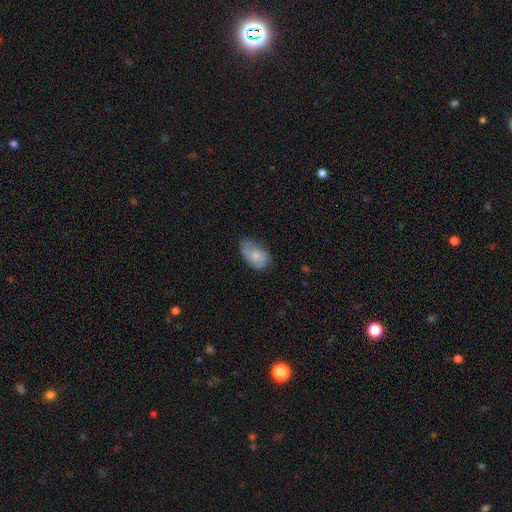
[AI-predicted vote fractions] A smooth galaxy with no disk features (67%) that is in between round and cigar-shaped (90%).

Vote fractions:
- Smooth or featured? smooth: 67% / featured or disk: 26% / star or artifact: 7%
- How rounded? in between: 90% / round: 8% / cigar-shaped: 2%
- Merging? none: 47% / minor disturbance: 37% / major disturbance: 13% / merger: 3%